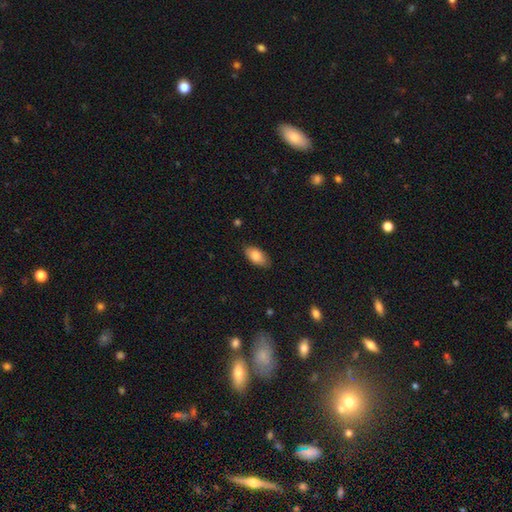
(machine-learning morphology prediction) A smooth galaxy with no disk features (84%) that is in between round and cigar-shaped (92%).

Vote fractions:
- Smooth or featured? smooth: 84% / featured or disk: 9% / star or artifact: 7%
- How rounded? in between: 92% / cigar-shaped: 5% / round: 3%
- Merging? none: 85% / minor disturbance: 12% / major disturbance: 2% / merger: 1%